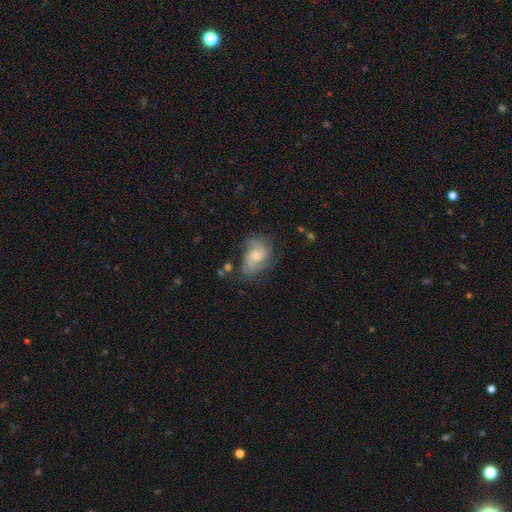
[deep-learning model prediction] Smooth or featured?
  - featured or disk: 71% *
  - smooth: 21%
  - star or artifact: 8%
Edge-on disk?
  - no: 97% *
  - yes: 3%
Bar?
  - no: 58% *
  - weak: 37%
  - strong: 5%
Spiral arms?
  - yes: 90% *
  - no: 10%
Spiral winding?
  - medium: 47% *
  - tight: 32%
  - loose: 21%
Spiral arm count?
  - 2: 54% *
  - can't tell: 20%
  - 3: 15%
  - 1: 4%
  - 4: 3%
  - more than 4: 3%
Bulge size?
  - moderate: 47% *
  - small: 41%
  - none: 6%
  - large: 5%
  - dominant: 1%
Merging?
  - none: 57% *
  - minor disturbance: 25%
  - major disturbance: 15%
  - merger: 3%